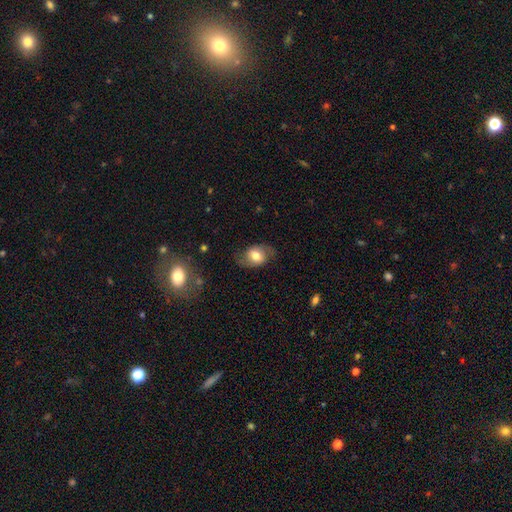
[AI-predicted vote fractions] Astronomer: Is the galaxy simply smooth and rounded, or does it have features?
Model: smooth — 51% (runner-up: featured or disk, 41%).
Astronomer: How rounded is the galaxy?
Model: in between — 68%.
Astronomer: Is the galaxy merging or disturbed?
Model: none — 72%.